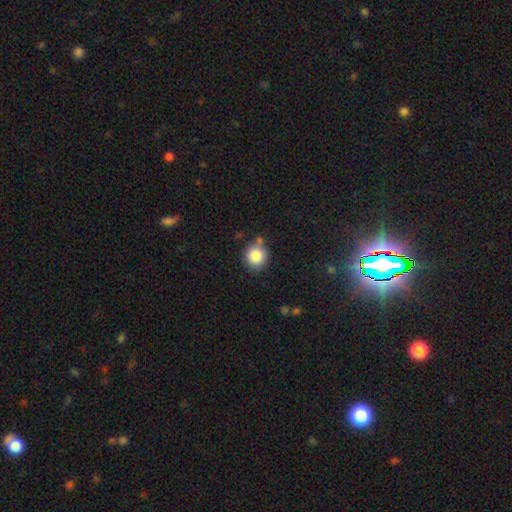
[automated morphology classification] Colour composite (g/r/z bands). It shows a smooth galaxy with no disk features (85%) that is round (90%). Merging: none (76%).